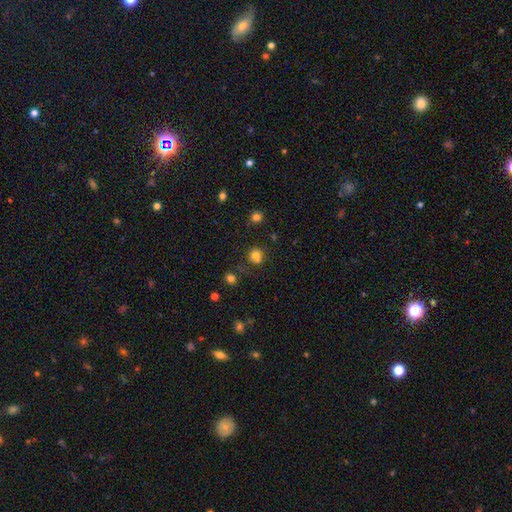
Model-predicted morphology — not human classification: smooth_or_featured: smooth (p=0.77) [alt: star or artifact p=0.16]
how_rounded: round (p=0.85) [alt: in between p=0.14]
merging: none (p=0.69) [alt: minor disturbance p=0.14]